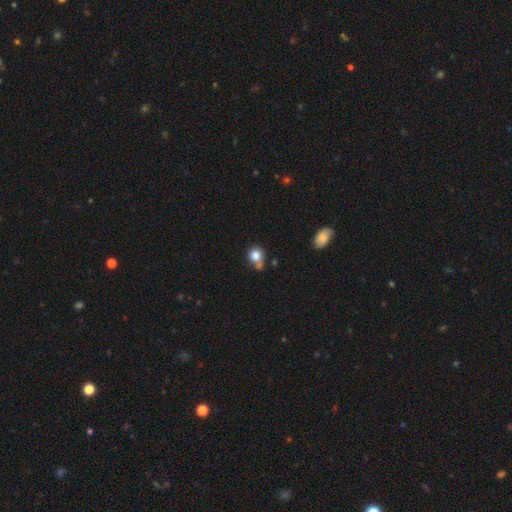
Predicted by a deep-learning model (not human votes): Q: Smooth or featured?
A: smooth (81%); runner-up: star or artifact (10%)
Q: How rounded?
A: round (76%); runner-up: in between (22%)
Q: Merging?
A: none (47%); runner-up: merger (25%)